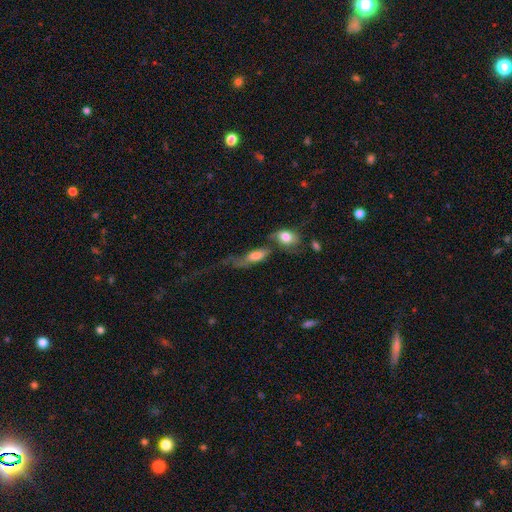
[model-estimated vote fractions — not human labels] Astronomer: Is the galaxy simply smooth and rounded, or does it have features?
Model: smooth — 64%.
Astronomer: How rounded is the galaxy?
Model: in between — 73%.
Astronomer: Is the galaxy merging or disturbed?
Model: merger — 42% (runner-up: major disturbance, 26%).